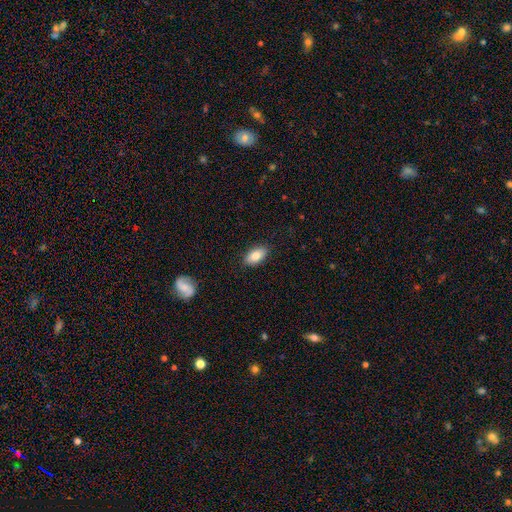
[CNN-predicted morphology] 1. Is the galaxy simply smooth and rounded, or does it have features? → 82% smooth, 11% featured or disk, 7% star or artifact.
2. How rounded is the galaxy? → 91% in between, 5% cigar-shaped, 4% round.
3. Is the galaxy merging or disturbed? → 88% none, 9% minor disturbance, 2% major disturbance, 1% merger.